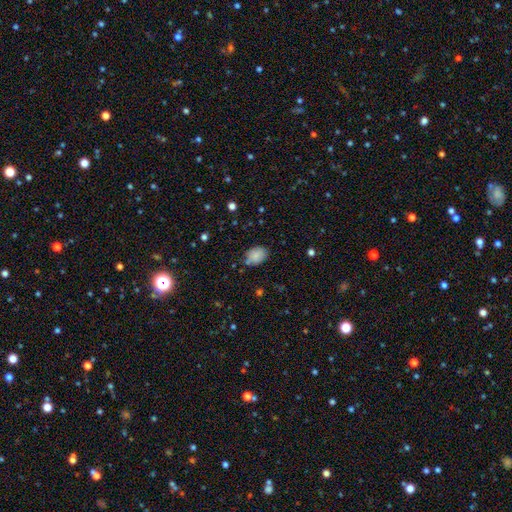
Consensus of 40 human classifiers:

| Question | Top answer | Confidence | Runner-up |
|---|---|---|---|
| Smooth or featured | smooth | 90% | featured or disk (5%) |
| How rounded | in between | 81% | round (19%) |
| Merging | none | 84% | minor disturbance (16%) |